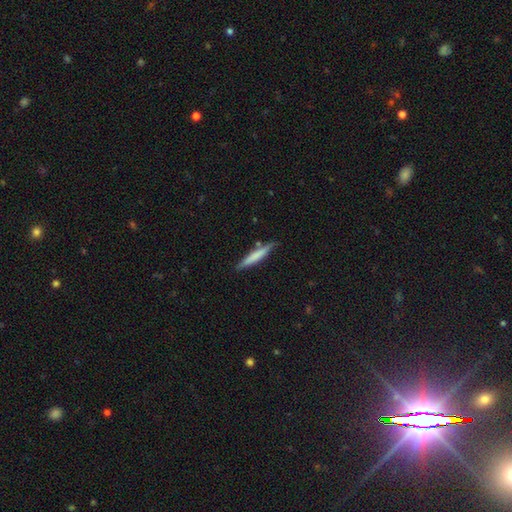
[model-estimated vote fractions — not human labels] A smooth galaxy with no disk features (63%) that is cigar-shaped (93%). Merging: none (82%).